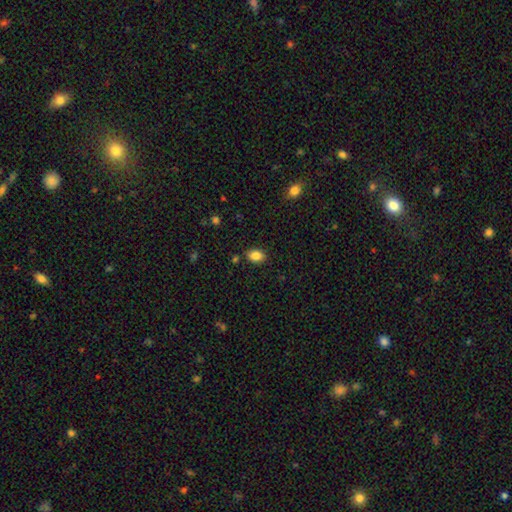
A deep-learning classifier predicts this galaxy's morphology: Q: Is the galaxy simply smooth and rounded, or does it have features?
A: smooth — 86%.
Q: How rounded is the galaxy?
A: in between — 78%.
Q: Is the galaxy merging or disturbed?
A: none — 85%.